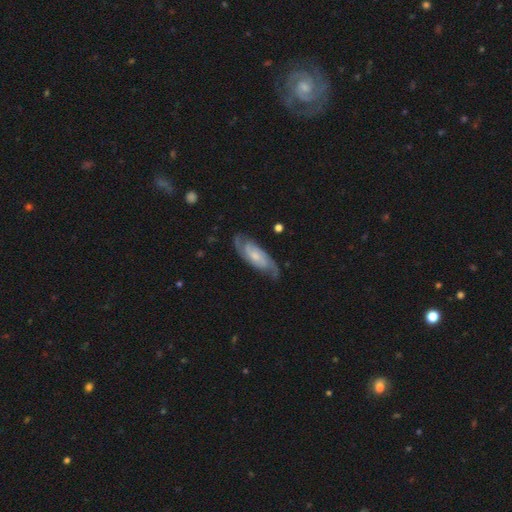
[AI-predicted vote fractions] smooth_or_featured: featured or disk (p=0.85) [alt: smooth p=0.11]
disk_edge_on: no (p=0.92) [alt: yes p=0.08]
bar: no (p=0.53) [alt: weak p=0.38]
has_spiral_arms: yes (p=0.97) [alt: no p=0.03]
spiral_winding: tight (p=0.46) [alt: medium p=0.42]
spiral_arm_count: 2 (p=0.84) [alt: can't tell p=0.07]
bulge_size: small (p=0.47) [alt: moderate p=0.36]
merging: none (p=0.79) [alt: minor disturbance p=0.15]